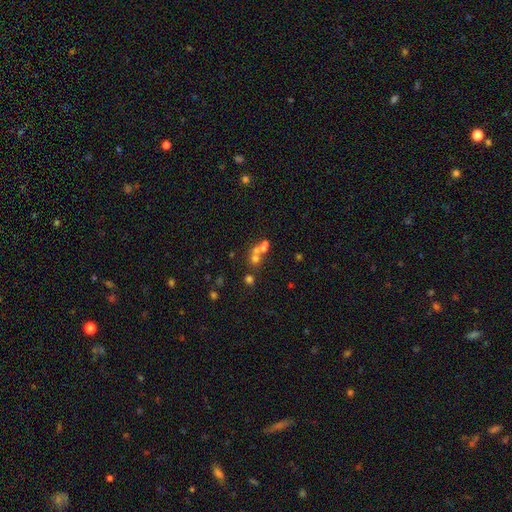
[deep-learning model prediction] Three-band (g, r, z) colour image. It shows a smooth galaxy with no disk features (43%). Merging: merger (46%).